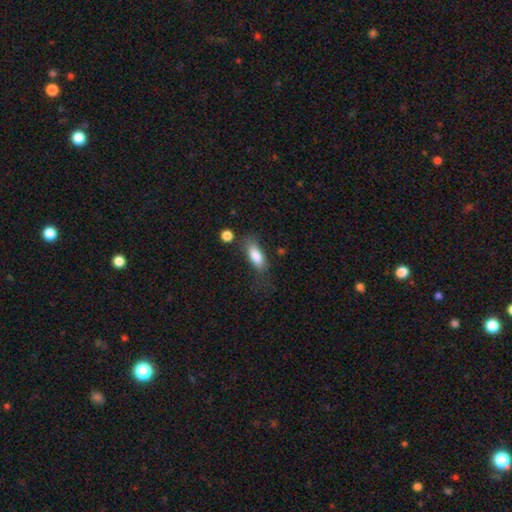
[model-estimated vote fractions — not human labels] smooth_or_featured: smooth (p=0.82) [alt: featured or disk p=0.10]
how_rounded: in between (p=0.76) [alt: cigar-shaped p=0.21]
merging: none (p=0.62) [alt: minor disturbance p=0.22]